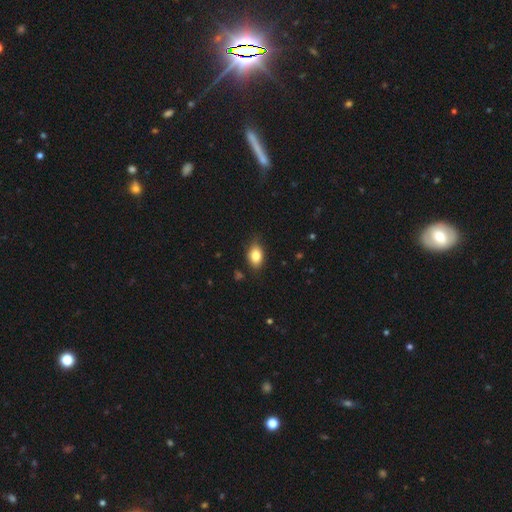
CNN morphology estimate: A smooth galaxy with no disk features (82%) that is in between round and cigar-shaped (84%). Merging: none (78%).